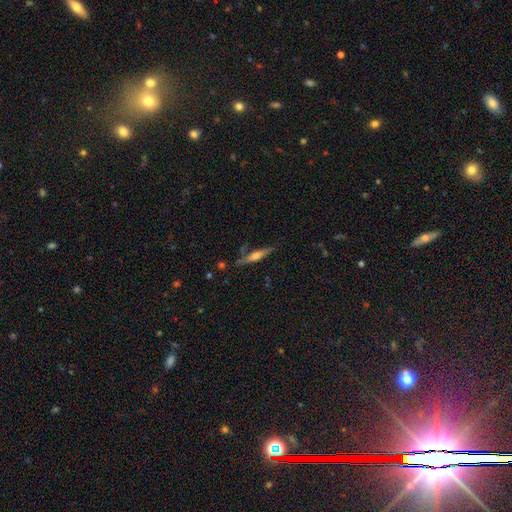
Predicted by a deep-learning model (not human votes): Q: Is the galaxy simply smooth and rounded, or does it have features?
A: featured or disk — 55%.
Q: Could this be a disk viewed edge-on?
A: yes — 93%.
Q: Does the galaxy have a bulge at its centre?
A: rounded — 79%.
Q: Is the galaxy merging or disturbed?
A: none — 76%.